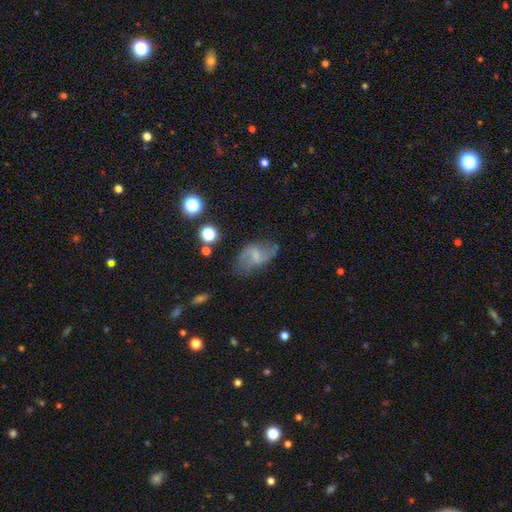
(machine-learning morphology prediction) Q: Smooth or featured?
A: featured or disk (63%); runner-up: smooth (28%)
Q: Edge-on disk?
A: no (96%); runner-up: yes (4%)
Q: Bar?
A: weak (49%); runner-up: no (39%)
Q: Spiral arms?
A: yes (86%); runner-up: no (14%)
Q: Spiral winding?
A: loose (59%); runner-up: medium (32%)
Q: Spiral arm count?
A: 2 (85%); runner-up: can't tell (8%)
Q: Bulge size?
A: small (53%); runner-up: moderate (23%)
Q: Merging?
A: none (64%); runner-up: minor disturbance (22%)